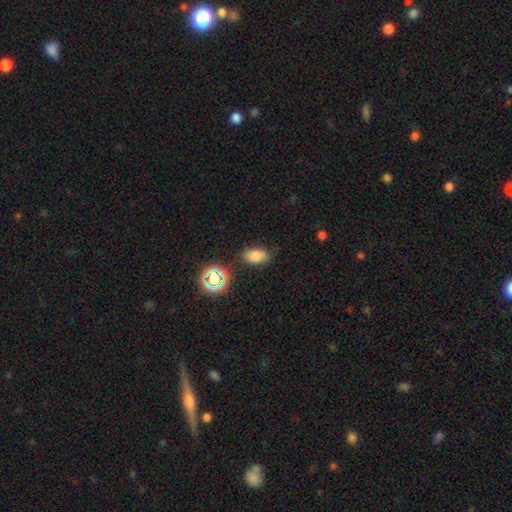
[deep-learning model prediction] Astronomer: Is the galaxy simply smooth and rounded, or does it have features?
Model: smooth — 75%.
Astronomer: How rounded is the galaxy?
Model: in between — 88%.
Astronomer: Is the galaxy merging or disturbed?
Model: none — 78%.